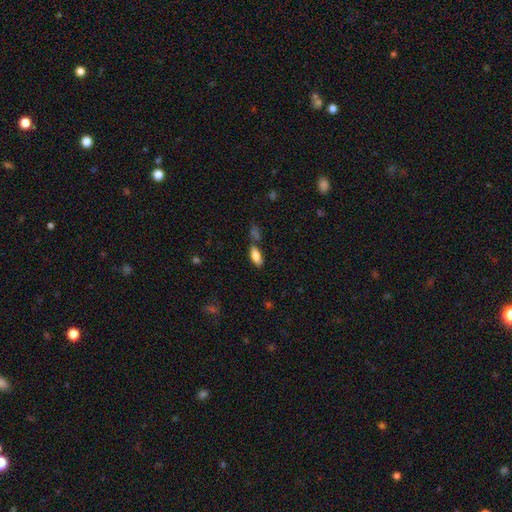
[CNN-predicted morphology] type=smooth (80%); roundness=in between (81%); merging=none (66%).